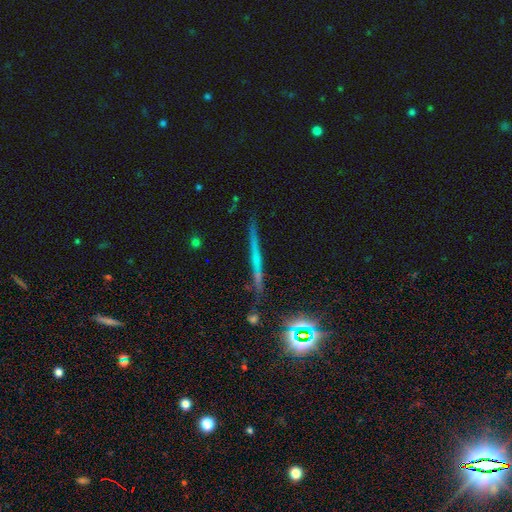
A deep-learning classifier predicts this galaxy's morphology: This is marginally a featured or disk galaxy (40%). Merging: clearly none (82%).